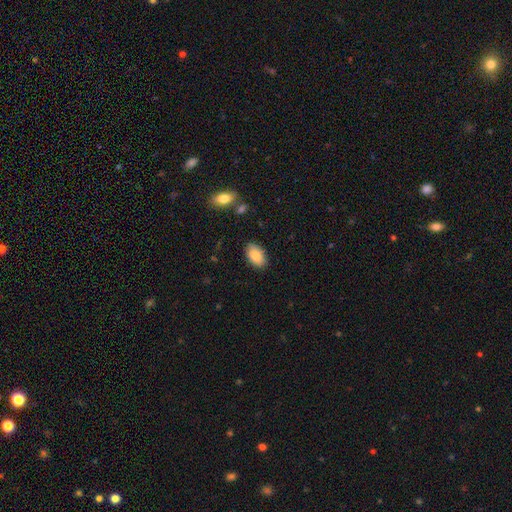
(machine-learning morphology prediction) A smooth galaxy with no disk features (86%) that is in between round and cigar-shaped (94%).

Vote fractions:
- Smooth or featured? smooth: 86% / featured or disk: 7% / star or artifact: 7%
- How rounded? in between: 94% / round: 5% / cigar-shaped: 2%
- Merging? none: 86% / minor disturbance: 10% / major disturbance: 2% / merger: 1%